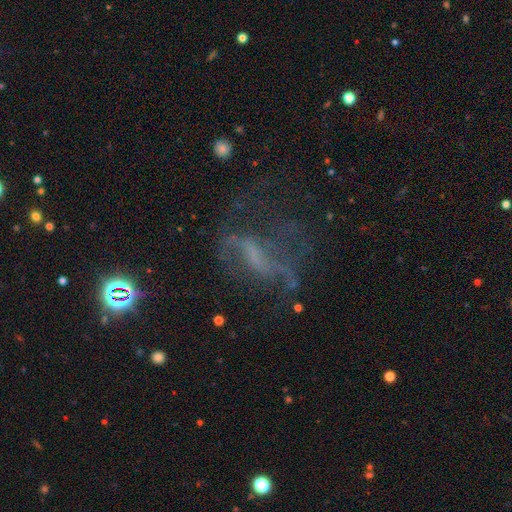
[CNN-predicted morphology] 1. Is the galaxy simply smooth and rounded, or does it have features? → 54% featured or disk, 27% star or artifact, 19% smooth.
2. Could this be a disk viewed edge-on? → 90% no, 10% yes.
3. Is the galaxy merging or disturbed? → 42% none, 37% major disturbance, 17% minor disturbance, 4% merger.